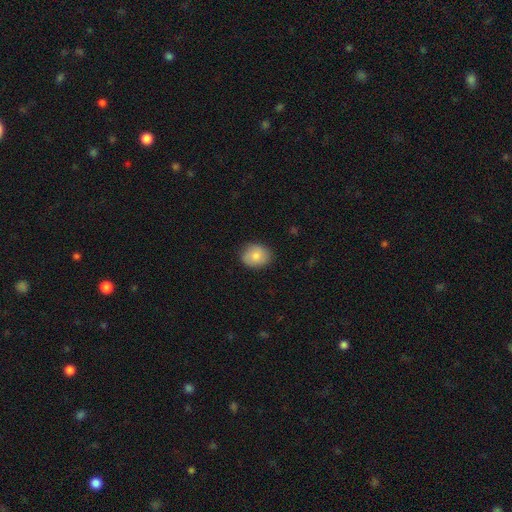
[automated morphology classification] Smooth or featured? smooth (81%)
How rounded? round (55%)
Merging? none (84%)